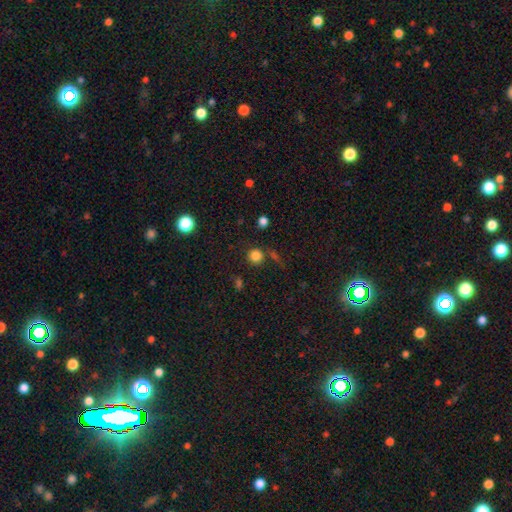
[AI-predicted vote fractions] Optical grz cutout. It shows a smooth galaxy with no disk features (82%) that is round (93%). Merging: none (79%).